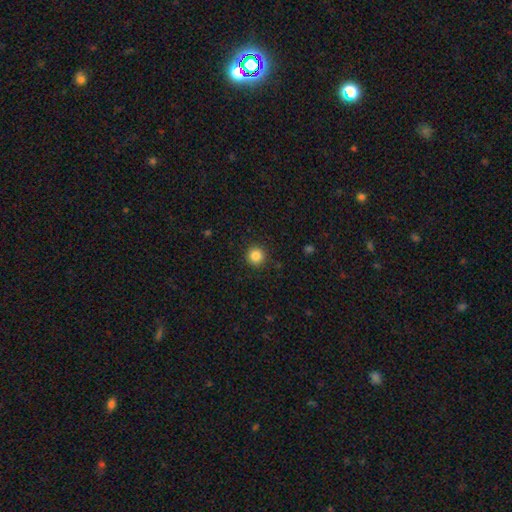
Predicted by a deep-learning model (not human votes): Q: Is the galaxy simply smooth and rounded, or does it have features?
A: smooth — 85%.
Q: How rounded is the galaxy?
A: round — 95%.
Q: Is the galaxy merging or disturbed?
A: none — 92%.